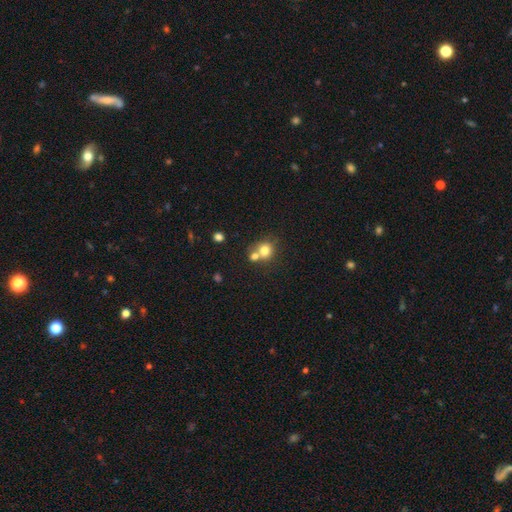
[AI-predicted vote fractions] Morphology: type=smooth (66%); roundness=round (83%); merging=none (51%).